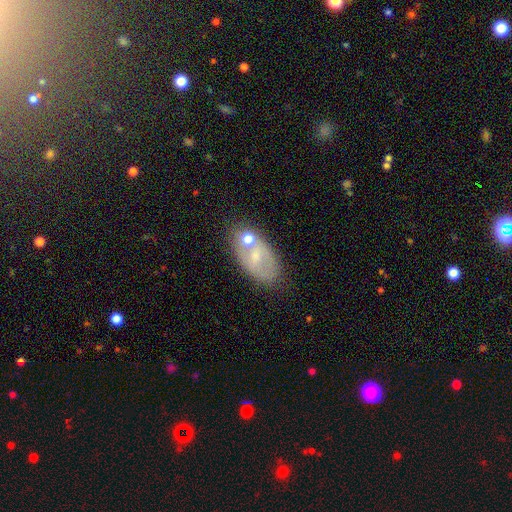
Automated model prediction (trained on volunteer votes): smooth-or-featured: featured or disk: 46% | smooth: 44% | star or artifact: 10%
  merging: none: 57% | minor disturbance: 20% | merger: 15% | major disturbance: 8%